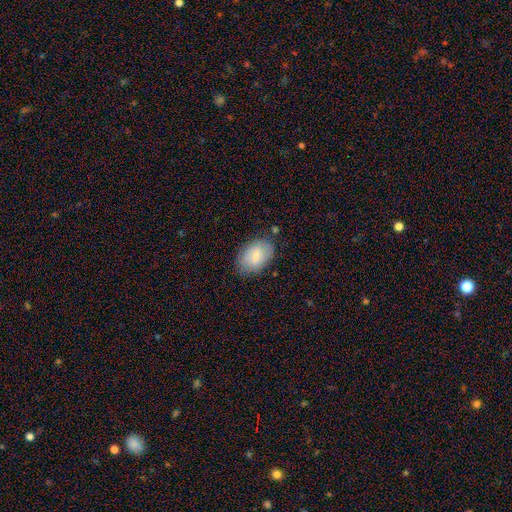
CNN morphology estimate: Overall: smooth (77%). How rounded: in between (90%). Merging: none (78%).